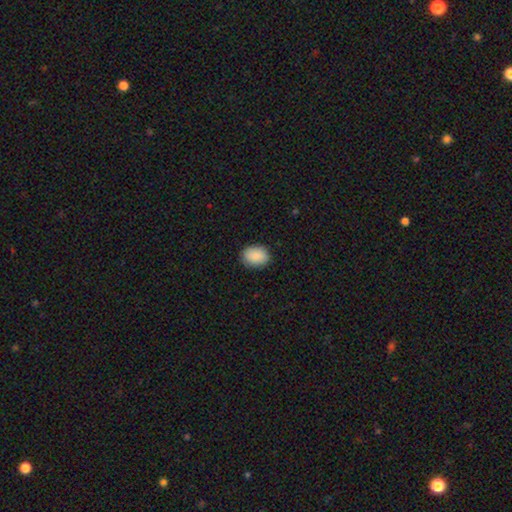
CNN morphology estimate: The model was most divided on "how rounded": in between: 69%, round: 30%, cigar-shaped: 1%. More confident: smooth or featured — smooth (89%); merging — none (87%).